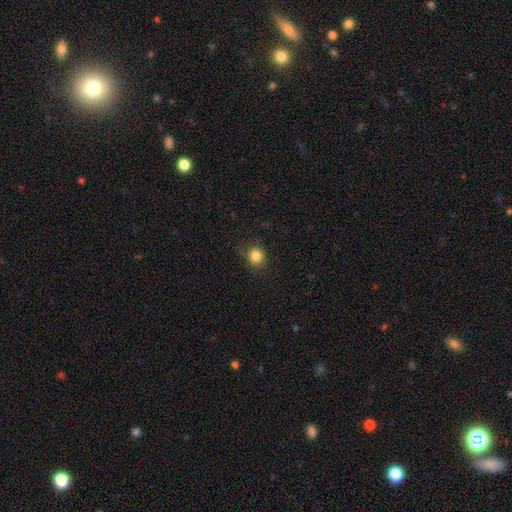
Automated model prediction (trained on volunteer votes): A smooth galaxy with no disk features (84%) that is round (83%).

Vote fractions:
- Smooth or featured? smooth: 84% / star or artifact: 12% / featured or disk: 5%
- How rounded? round: 83% / in between: 16% / cigar-shaped: 1%
- Merging? none: 83% / minor disturbance: 12% / major disturbance: 3% / merger: 1%